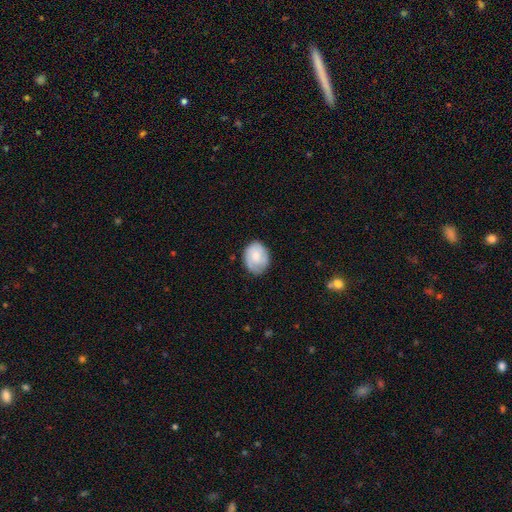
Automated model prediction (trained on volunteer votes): This is likely a smooth galaxy (65%). How rounded: possibly round (51%). Merging: likely none (71%).